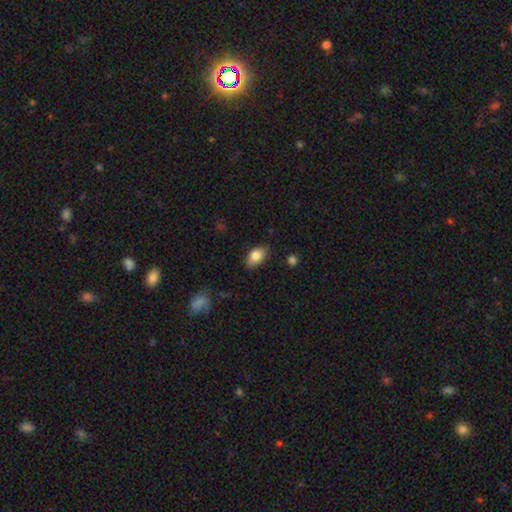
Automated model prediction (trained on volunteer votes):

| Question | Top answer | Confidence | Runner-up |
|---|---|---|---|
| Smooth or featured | smooth | 84% | featured or disk (8%) |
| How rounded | in between | 90% | round (8%) |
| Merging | none | 81% | minor disturbance (15%) |